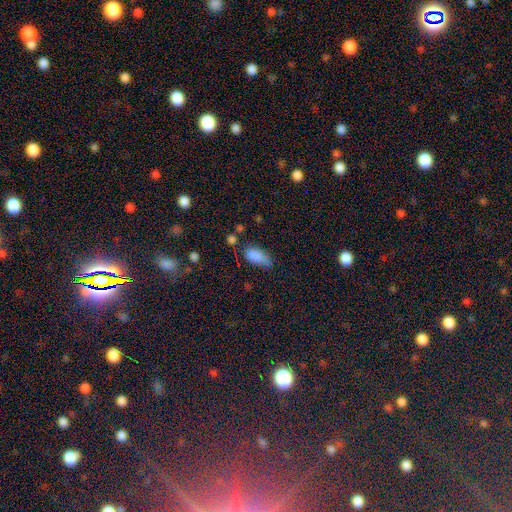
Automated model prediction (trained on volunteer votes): The model was most divided on "merging": none: 47%, minor disturbance: 35%, major disturbance: 12%, merger: 6%. More confident: how rounded — in between (90%); smooth or featured — smooth (82%).